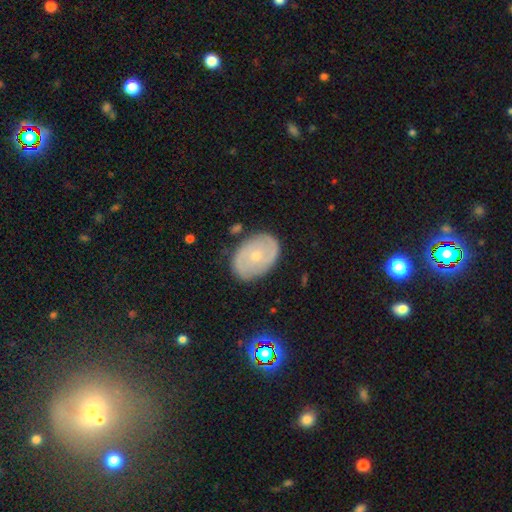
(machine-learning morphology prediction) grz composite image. It shows a featured or disk galaxy (66%) with no bar (73%), spiral arms (79%) and a small central bulge (66%). Merging: none (81%).